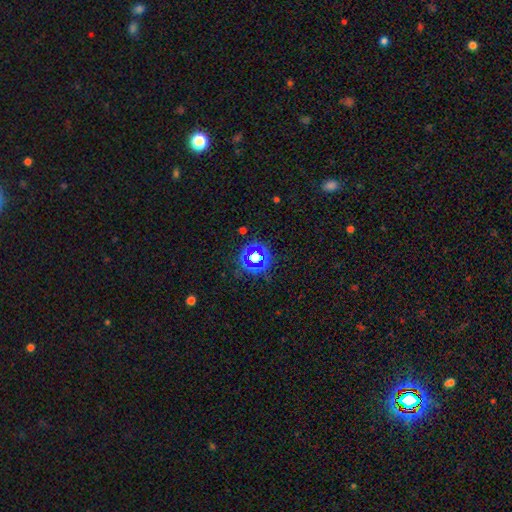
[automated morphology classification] smooth_or_featured: star or artifact (p=0.66) [alt: smooth p=0.23]